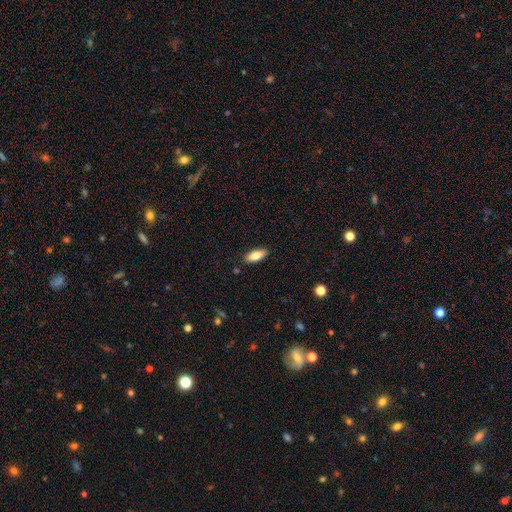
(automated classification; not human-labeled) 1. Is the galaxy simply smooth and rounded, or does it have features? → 78% smooth, 16% featured or disk, 6% star or artifact.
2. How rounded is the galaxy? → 80% in between, 18% cigar-shaped, 2% round.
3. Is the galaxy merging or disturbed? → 88% none, 9% minor disturbance, 2% major disturbance, 1% merger.